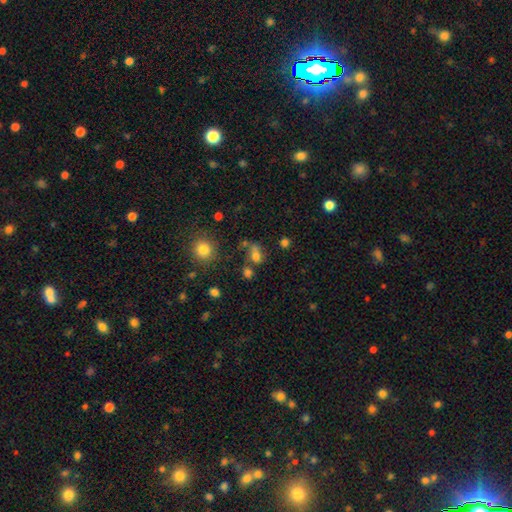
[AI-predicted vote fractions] Overall: smooth (67%). How rounded: in between (59%; round 38%). Merging: none (41%; merger 25%).